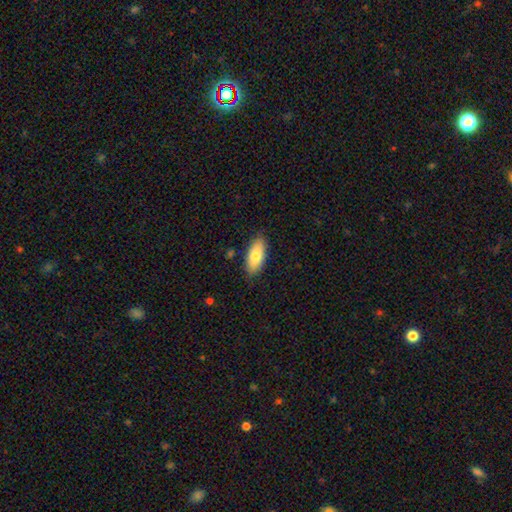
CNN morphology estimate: smooth-or-featured: smooth: 79% | featured or disk: 15% | star or artifact: 6%
  how-rounded: in between: 86% | cigar-shaped: 12% | round: 2%
  merging: none: 85% | minor disturbance: 11% | major disturbance: 2% | merger: 1%